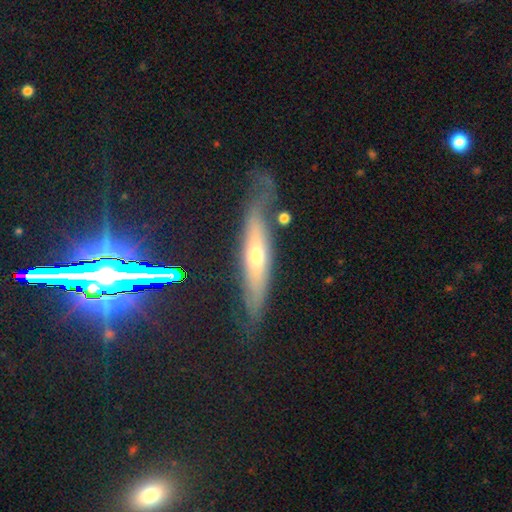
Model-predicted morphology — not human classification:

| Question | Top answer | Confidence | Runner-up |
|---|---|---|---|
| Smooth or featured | featured or disk | 56% | smooth (32%) |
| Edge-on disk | yes | 77% | no (23%) |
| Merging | none | 67% | minor disturbance (22%) |